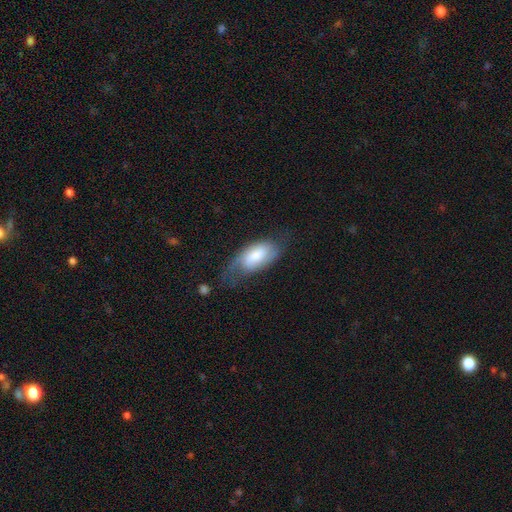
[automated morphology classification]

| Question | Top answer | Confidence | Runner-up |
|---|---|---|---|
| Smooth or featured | smooth | 55% | featured or disk (38%) |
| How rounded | in between | 92% | cigar-shaped (5%) |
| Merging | none | 43% | minor disturbance (31%) |